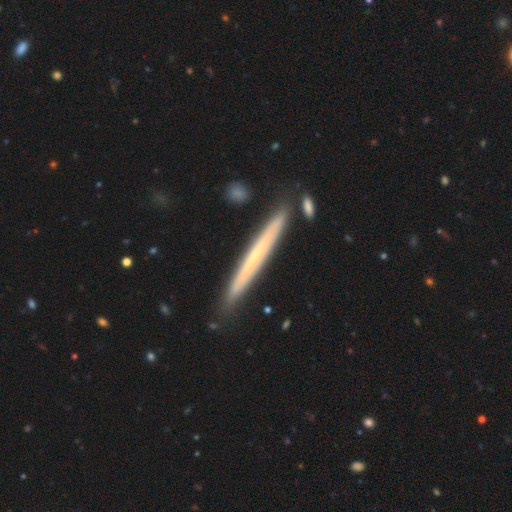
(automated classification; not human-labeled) A featured or disk galaxy (52%) viewed edge-on (95%).

Vote fractions:
- Smooth or featured? featured or disk: 52% / smooth: 42% / star or artifact: 6%
- Edge-on disk? yes: 95% / no: 5%
- Merging? none: 85% / minor disturbance: 10% / merger: 3% / major disturbance: 2%